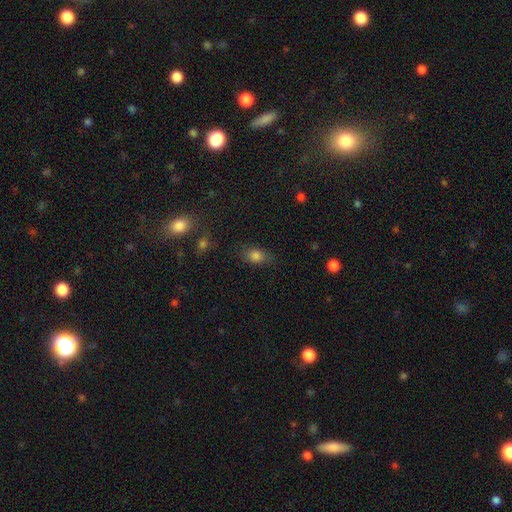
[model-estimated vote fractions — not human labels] Smooth or featured?
  - smooth: 80% *
  - star or artifact: 13%
  - featured or disk: 7%
How rounded?
  - in between: 76% *
  - round: 20%
  - cigar-shaped: 4%
Merging?
  - none: 76% *
  - minor disturbance: 17%
  - major disturbance: 5%
  - merger: 2%